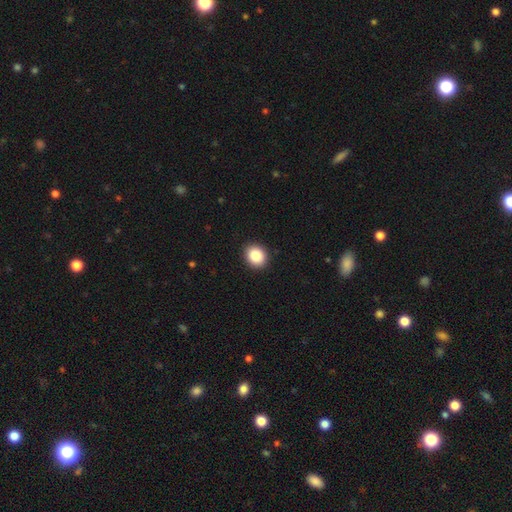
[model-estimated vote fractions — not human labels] This is clearly a smooth galaxy (86%). How rounded: likely round (69%). Merging: clearly none (92%).